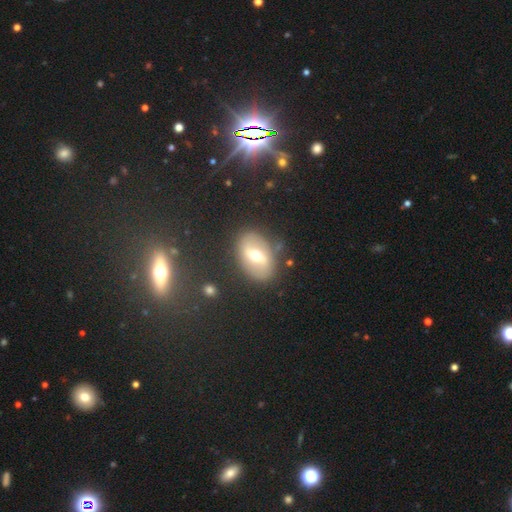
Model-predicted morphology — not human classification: Q: Smooth or featured?
A: featured or disk (50%); runner-up: smooth (40%)
Q: Edge-on disk?
A: no (89%); runner-up: yes (11%)
Q: Merging?
A: none (81%); runner-up: minor disturbance (12%)